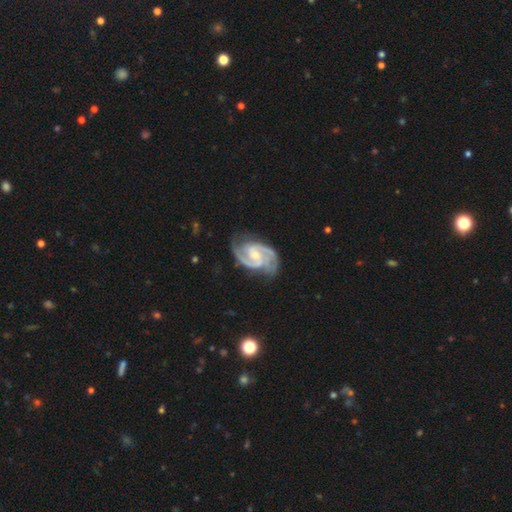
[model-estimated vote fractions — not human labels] This appears to be a featured or disk galaxy (93%) with a weak bar (45%), 2 (68%) medium (51%) spiral arms (98%) and a small central bulge (51%). Merging: none (70%).